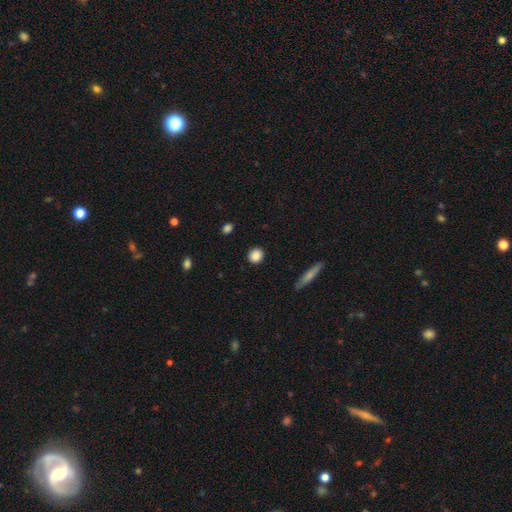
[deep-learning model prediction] Overall: smooth (88%). How rounded: round (85%). Merging: none (90%).